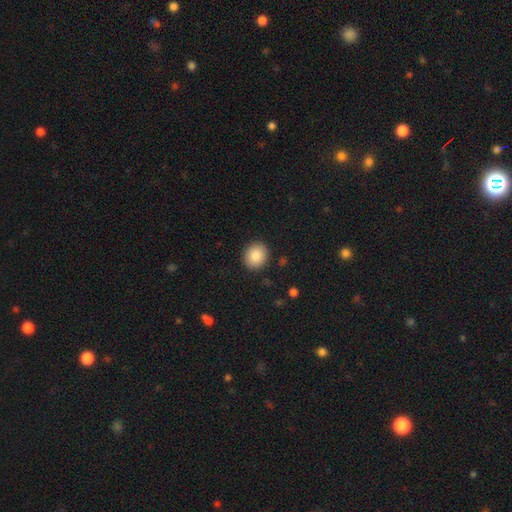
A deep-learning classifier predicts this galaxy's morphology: smooth 86%, star or artifact 8%, featured or disk 6%. Down the decision tree: how rounded — round (77%); merging — none (90%).